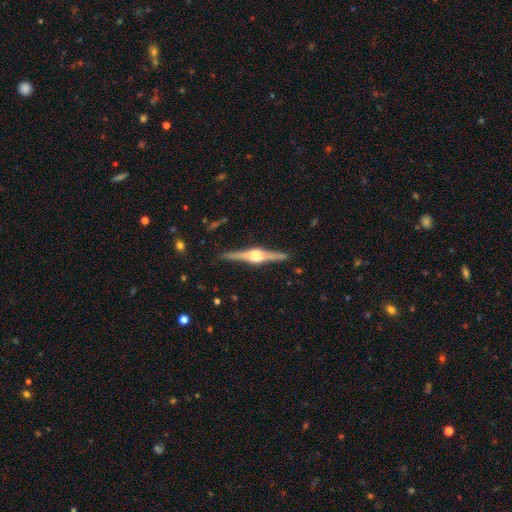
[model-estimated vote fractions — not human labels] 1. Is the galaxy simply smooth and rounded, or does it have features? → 87% featured or disk, 8% smooth, 5% star or artifact.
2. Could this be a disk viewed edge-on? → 98% yes, 2% no.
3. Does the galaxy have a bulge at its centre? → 87% rounded, 11% boxy, 2% none.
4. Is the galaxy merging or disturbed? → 90% none, 7% minor disturbance, 2% major disturbance, 1% merger.